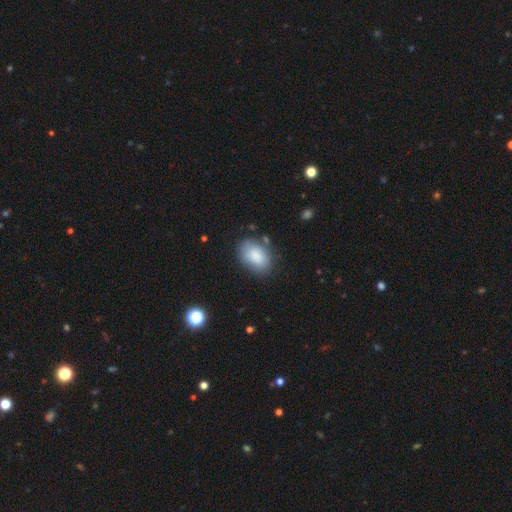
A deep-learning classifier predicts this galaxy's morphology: smooth-or-featured: smooth: 85% | featured or disk: 9% | star or artifact: 7%
  how-rounded: in between: 86% | round: 12% | cigar-shaped: 1%
  merging: none: 73% | minor disturbance: 18% | major disturbance: 5% | merger: 4%